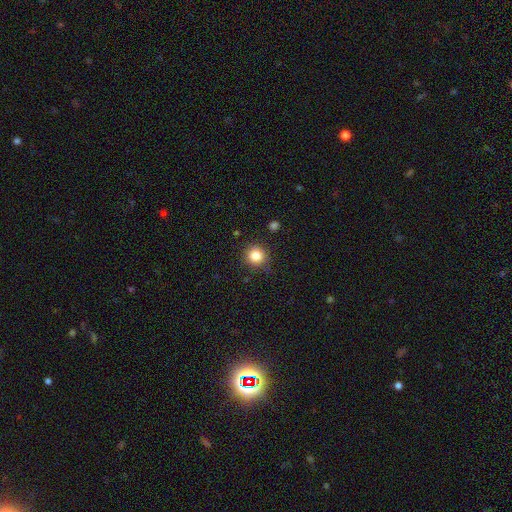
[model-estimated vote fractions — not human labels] Smooth or featured: smooth — 83% (star or artifact — 11%)
How rounded: round — 92% (in between — 7%)
Merging: none — 87% (minor disturbance — 9%)